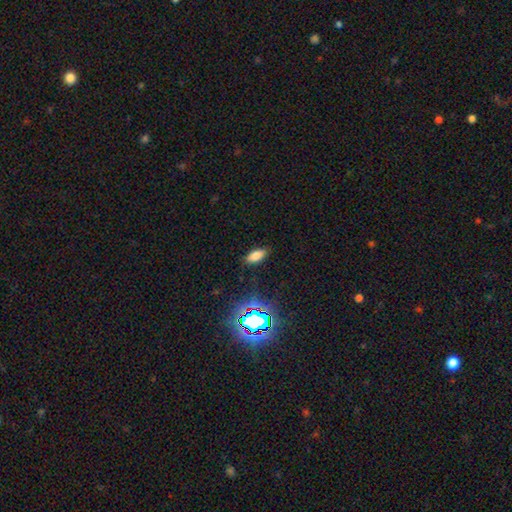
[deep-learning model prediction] A smooth galaxy with no disk features (75%) that is in between round and cigar-shaped (87%). Merging: none (85%).